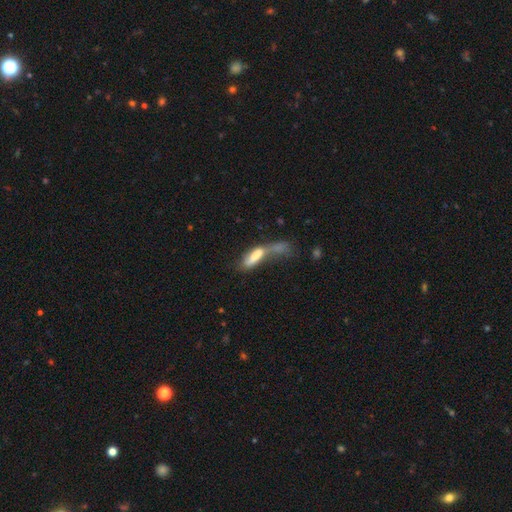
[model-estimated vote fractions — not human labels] Q: Smooth or featured?
A: smooth (65%); runner-up: featured or disk (26%)
Q: How rounded?
A: cigar-shaped (52%); runner-up: in between (46%)
Q: Merging?
A: merger (44%); runner-up: major disturbance (28%)